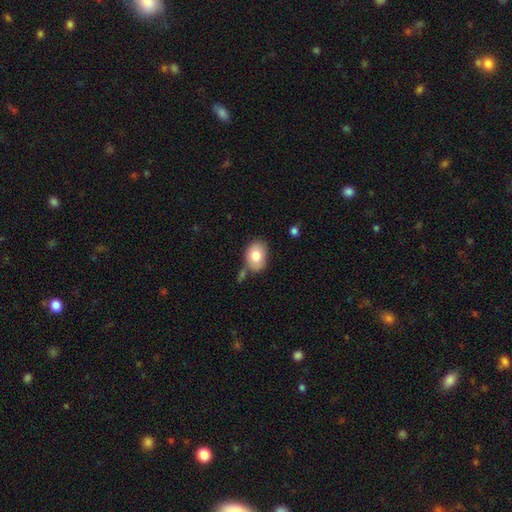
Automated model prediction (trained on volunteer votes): Smooth or featured?
  - smooth: 80% *
  - featured or disk: 13%
  - star or artifact: 7%
How rounded?
  - in between: 75% *
  - round: 24%
  - cigar-shaped: 1%
Merging?
  - none: 70% *
  - minor disturbance: 17%
  - merger: 9%
  - major disturbance: 4%